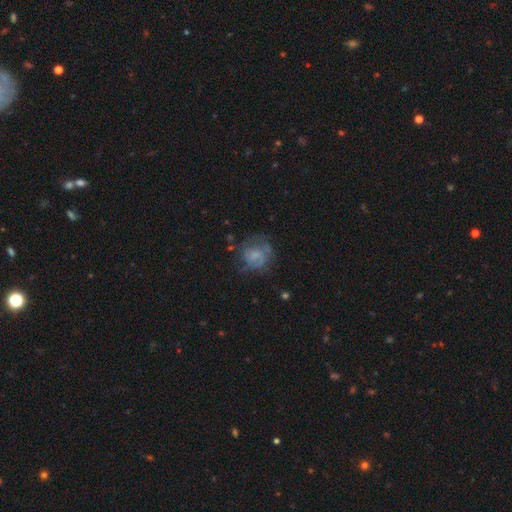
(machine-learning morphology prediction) Smooth or featured?
  - featured or disk: 51% *
  - smooth: 39%
  - star or artifact: 10%
Edge-on disk?
  - no: 98% *
  - yes: 2%
Merging?
  - none: 53% *
  - minor disturbance: 23%
  - major disturbance: 21%
  - merger: 2%